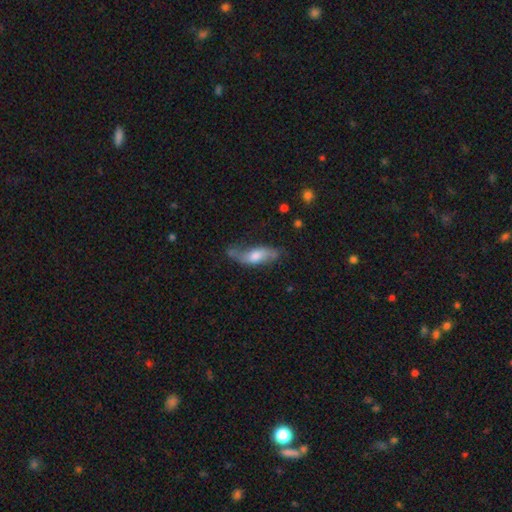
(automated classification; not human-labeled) smooth-or-featured: featured or disk: 47% | smooth: 46% | star or artifact: 7%
  merging: none: 53% | minor disturbance: 29% | major disturbance: 13% | merger: 6%